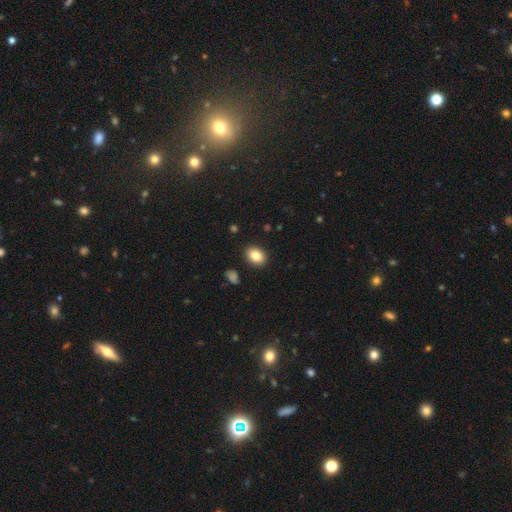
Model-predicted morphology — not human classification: smooth 85%, star or artifact 8%, featured or disk 7%. Down the decision tree: how rounded — in between (75%); merging — none (88%).